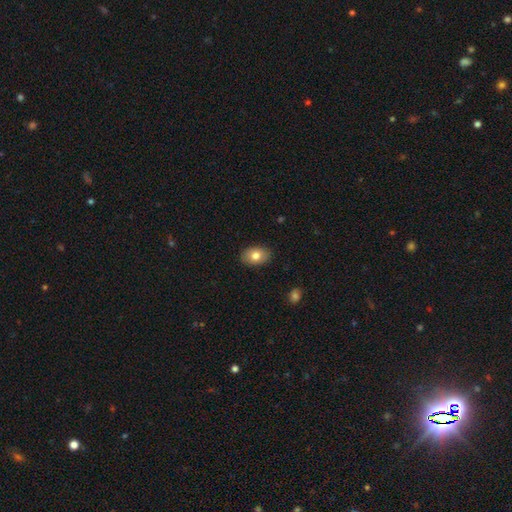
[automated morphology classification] This is likely a smooth galaxy (80%). How rounded: clearly in between (86%). Merging: clearly none (89%).